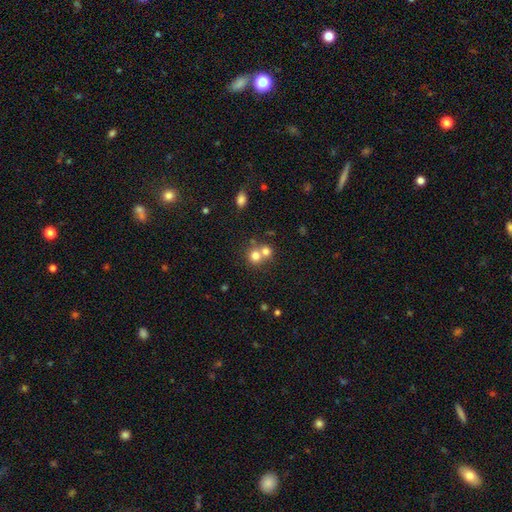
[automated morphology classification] The model was most divided on "merging": merger: 55%, none: 38%, minor disturbance: 5%, major disturbance: 3%. More confident: how rounded — round (84%); smooth or featured — smooth (74%).